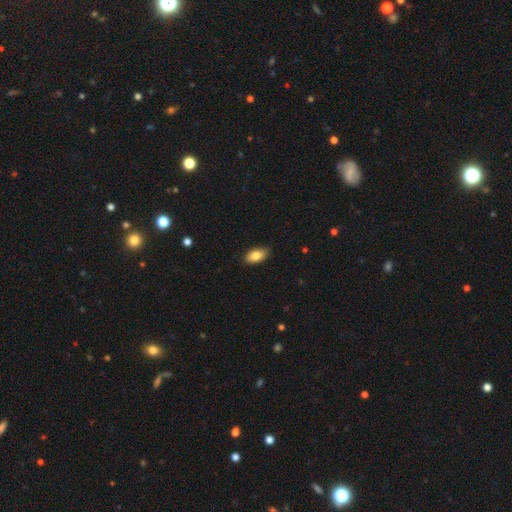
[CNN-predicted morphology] Smooth or featured?
  - smooth: 84% *
  - featured or disk: 9%
  - star or artifact: 7%
How rounded?
  - in between: 92% *
  - round: 4%
  - cigar-shaped: 4%
Merging?
  - none: 86% *
  - minor disturbance: 11%
  - major disturbance: 2%
  - merger: 1%